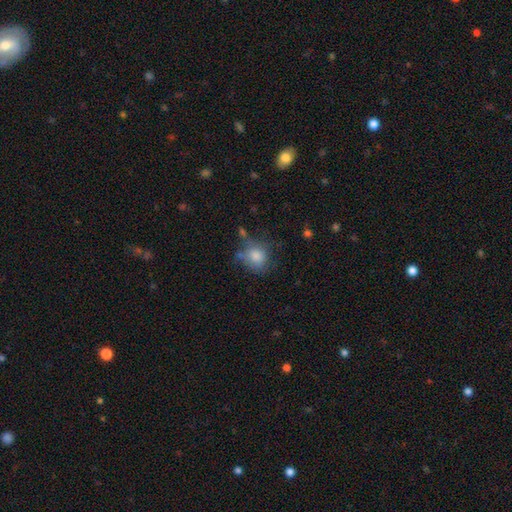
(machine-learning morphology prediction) The model was most divided on "merging": none: 62%, minor disturbance: 23%, major disturbance: 9%, merger: 6%. More confident: smooth or featured — smooth (78%); how rounded — round (74%).